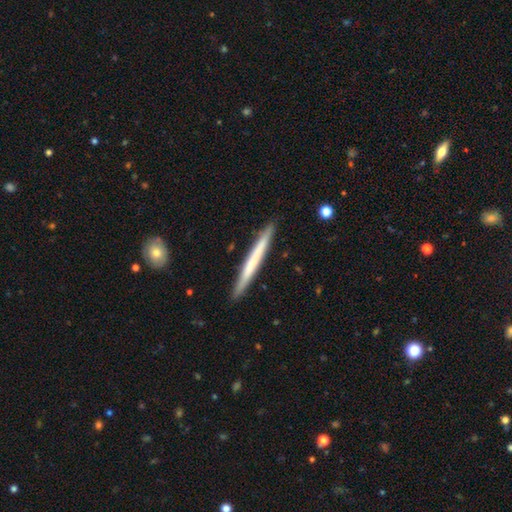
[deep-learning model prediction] Morphology: type=smooth (53%); roundness=cigar-shaped (97%); merging=none (91%).